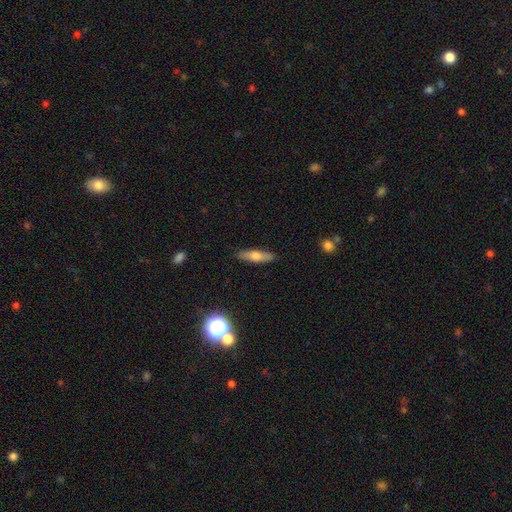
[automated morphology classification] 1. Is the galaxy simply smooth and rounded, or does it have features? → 61% smooth, 31% featured or disk, 8% star or artifact.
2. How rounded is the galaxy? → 67% cigar-shaped, 31% in between, 3% round.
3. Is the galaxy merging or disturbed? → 88% none, 9% minor disturbance, 2% major disturbance, 1% merger.